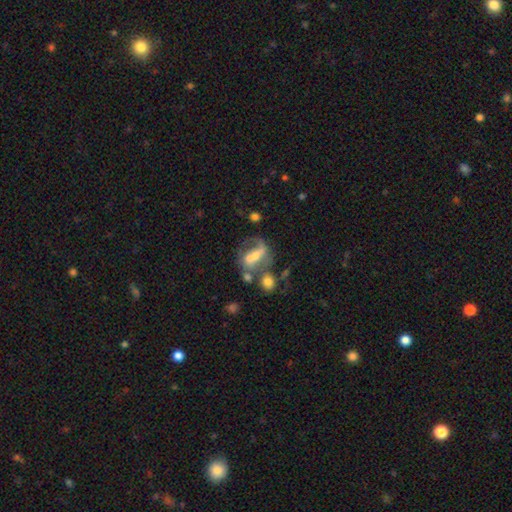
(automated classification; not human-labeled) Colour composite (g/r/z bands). It shows a featured or disk galaxy (58%) with a strong bar (43%), spiral arms (60%) and a moderate central bulge (39%). Merging: none (32%).